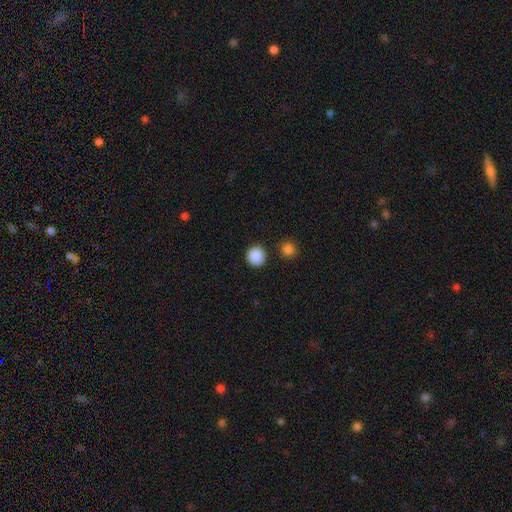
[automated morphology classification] A smooth galaxy with no disk features (88%) that is round (92%). Merging: none (89%).